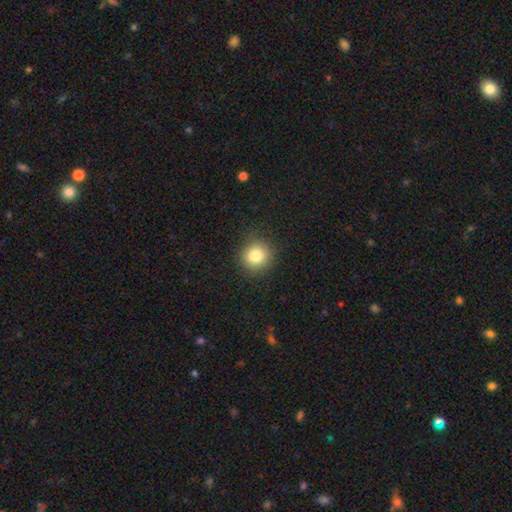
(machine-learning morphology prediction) Smooth or featured? Predicted: smooth (p=0.82). How rounded? Predicted: round (p=0.91). Merging? Predicted: none (p=0.88).